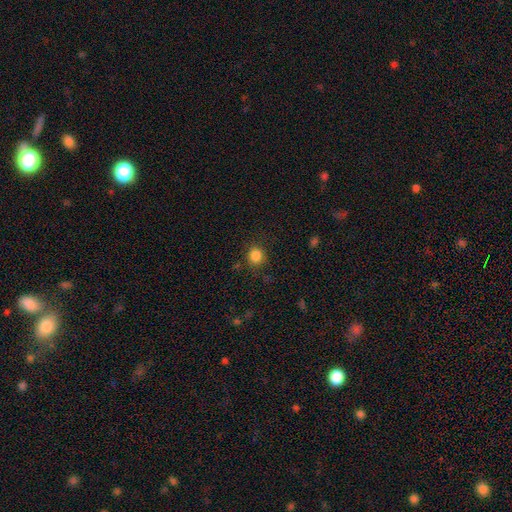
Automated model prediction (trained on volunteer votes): Smooth or featured? Predicted: smooth (p=0.85). How rounded? Predicted: round (p=0.84). Merging? Predicted: none (p=0.85).